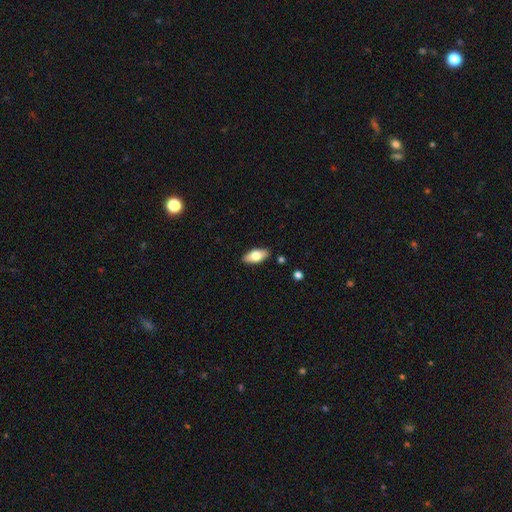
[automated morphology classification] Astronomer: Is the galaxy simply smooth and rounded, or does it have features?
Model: smooth — 68%.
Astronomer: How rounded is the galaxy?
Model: in between — 84%.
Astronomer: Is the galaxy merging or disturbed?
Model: none — 87%.